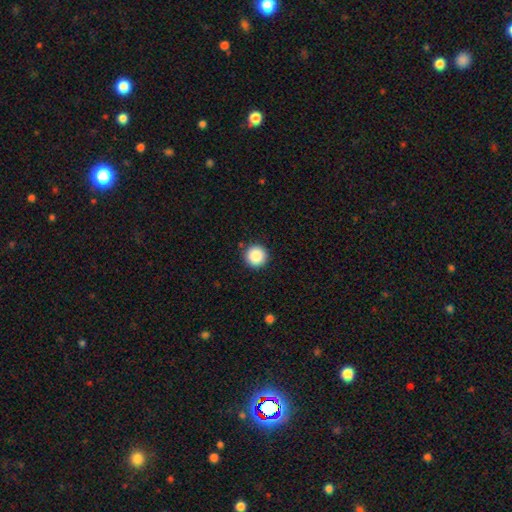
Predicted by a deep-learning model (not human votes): Smooth or featured?
  - smooth: 88% *
  - star or artifact: 9%
  - featured or disk: 3%
How rounded?
  - round: 96% *
  - in between: 3%
  - cigar-shaped: 1%
Merging?
  - none: 92% *
  - minor disturbance: 5%
  - major disturbance: 2%
  - merger: 1%